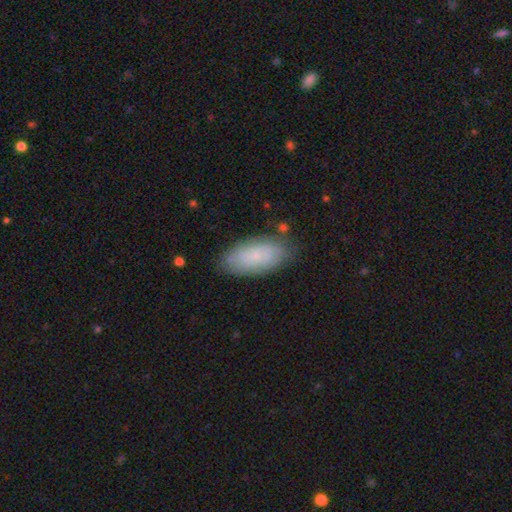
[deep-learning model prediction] A smooth galaxy with no disk features (67%) that is in between round and cigar-shaped (91%).

Vote fractions:
- Smooth or featured? smooth: 67% / featured or disk: 26% / star or artifact: 7%
- How rounded? in between: 91% / cigar-shaped: 7% / round: 2%
- Merging? none: 79% / minor disturbance: 15% / major disturbance: 3% / merger: 2%